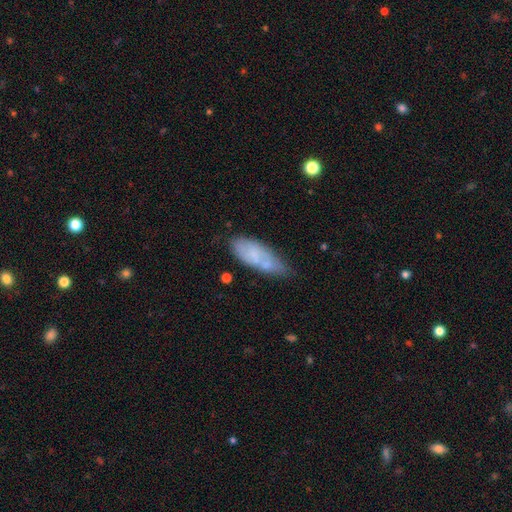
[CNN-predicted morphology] This appears to be a smooth galaxy with no disk features (64%) that is in between round and cigar-shaped (71%). Merging: none (48%).